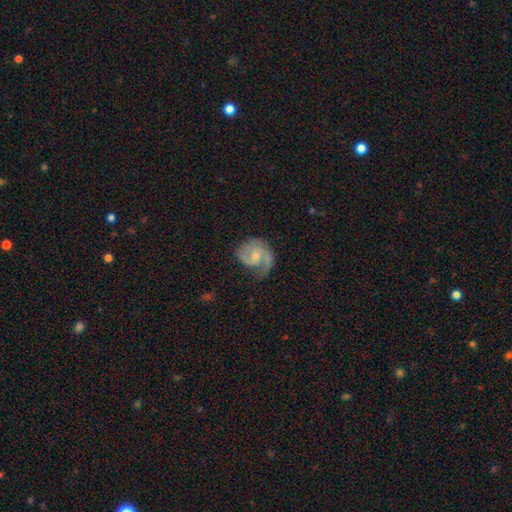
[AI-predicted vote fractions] smooth_or_featured: featured or disk (p=0.82) [alt: smooth p=0.13]
disk_edge_on: no (p=0.98) [alt: yes p=0.02]
bar: no (p=0.61) [alt: weak p=0.34]
has_spiral_arms: yes (p=0.96) [alt: no p=0.04]
spiral_winding: medium (p=0.45) [alt: tight p=0.38]
spiral_arm_count: 2 (p=0.64) [alt: 1 p=0.25]
bulge_size: small (p=0.46) [alt: moderate p=0.45]
merging: none (p=0.57) [alt: minor disturbance p=0.25]